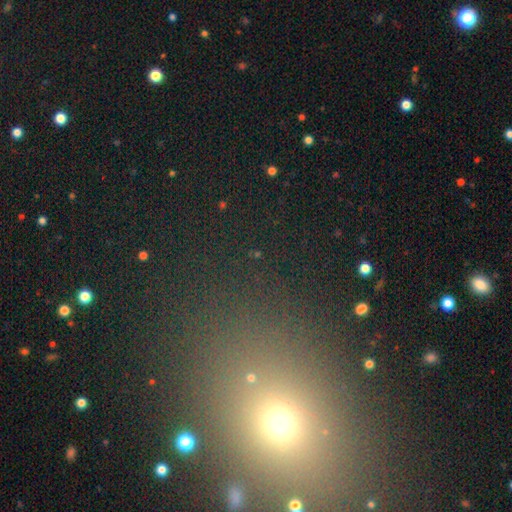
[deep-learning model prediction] Q: Smooth or featured?
A: star or artifact (67%); runner-up: smooth (23%)